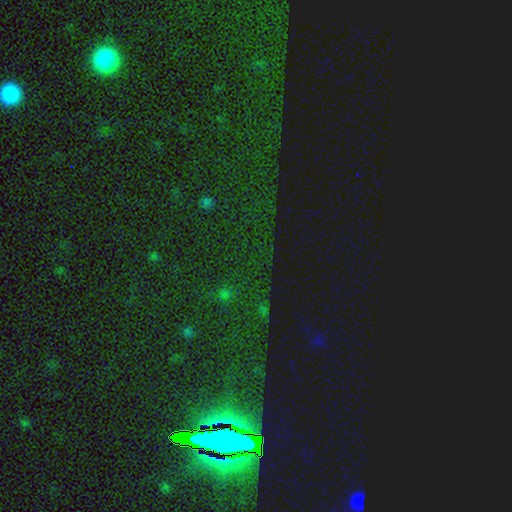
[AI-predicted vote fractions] smooth-or-featured: star or artifact: 83% | smooth: 10% | featured or disk: 7%